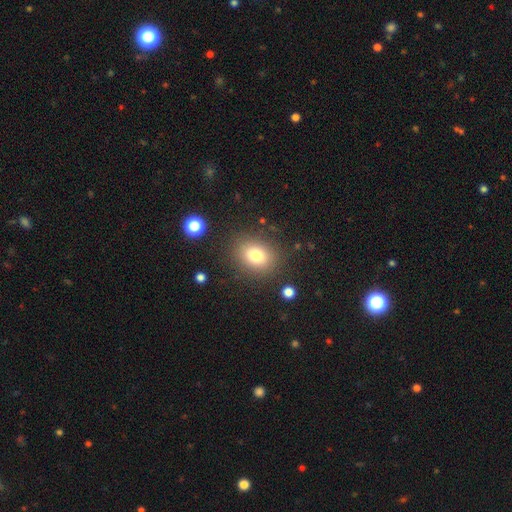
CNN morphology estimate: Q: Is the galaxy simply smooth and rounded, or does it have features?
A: smooth — 79%.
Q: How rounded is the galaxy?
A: round — 50%.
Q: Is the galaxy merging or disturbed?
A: none — 84%.